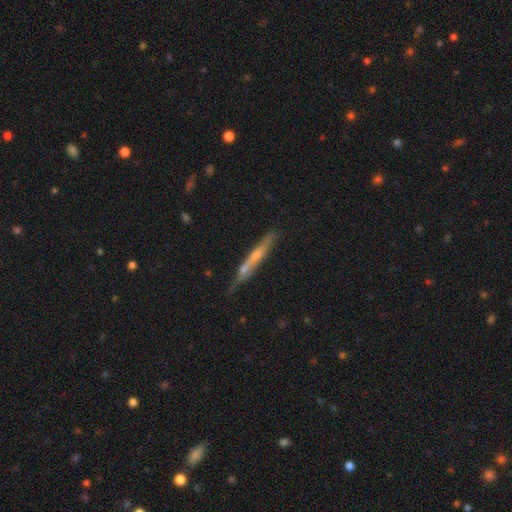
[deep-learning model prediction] A featured or disk galaxy (53%) viewed edge-on (88%).

Vote fractions:
- Smooth or featured? featured or disk: 53% / smooth: 39% / star or artifact: 8%
- Edge-on disk? yes: 88% / no: 12%
- Merging? none: 66% / minor disturbance: 19% / merger: 9% / major disturbance: 5%